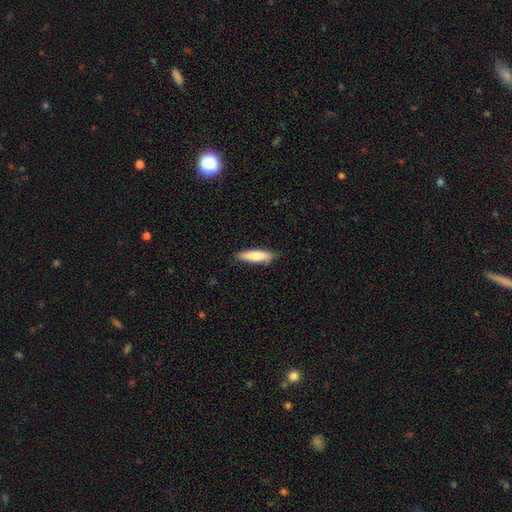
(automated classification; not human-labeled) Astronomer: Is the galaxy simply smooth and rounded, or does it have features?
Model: smooth — 77%.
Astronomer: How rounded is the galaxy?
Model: cigar-shaped — 66%.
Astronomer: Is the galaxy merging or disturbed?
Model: none — 81%.